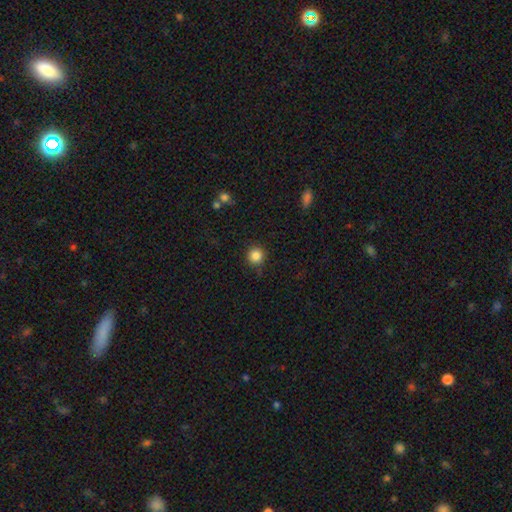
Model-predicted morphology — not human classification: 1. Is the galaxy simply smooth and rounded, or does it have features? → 85% smooth, 11% star or artifact, 4% featured or disk.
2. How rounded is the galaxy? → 95% round, 4% in between, 1% cigar-shaped.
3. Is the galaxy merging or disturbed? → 87% none, 8% minor disturbance, 2% major disturbance, 2% merger.